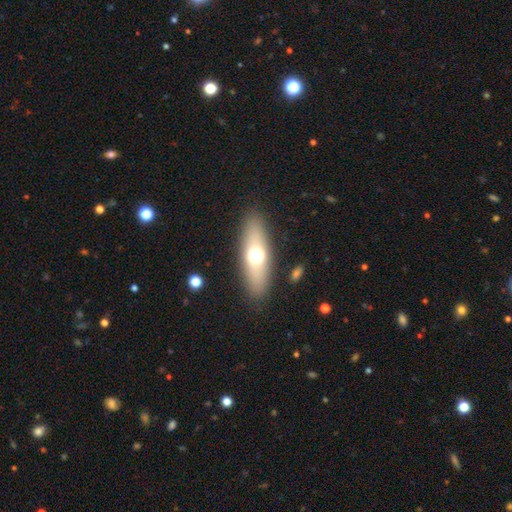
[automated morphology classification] smooth 59%, featured or disk 32%, star or artifact 9%. Down the decision tree: how rounded — in between (58%); merging — none (87%).